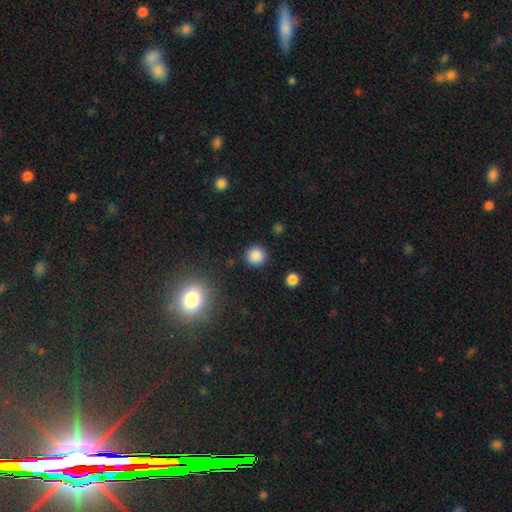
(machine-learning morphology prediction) Smooth or featured?
  - smooth: 85% *
  - star or artifact: 12%
  - featured or disk: 4%
How rounded?
  - round: 94% *
  - in between: 5%
  - cigar-shaped: 1%
Merging?
  - none: 90% *
  - minor disturbance: 6%
  - major disturbance: 2%
  - merger: 2%